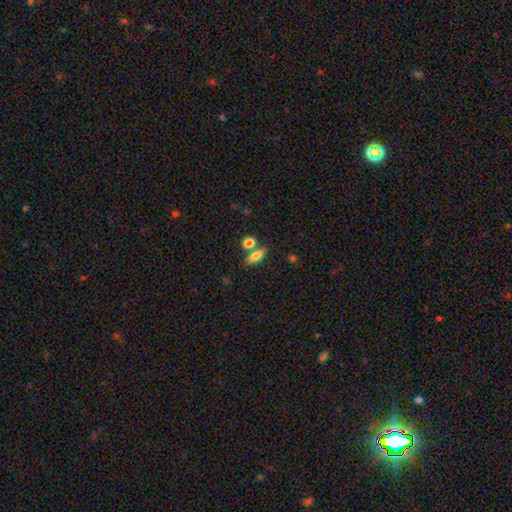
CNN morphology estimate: A smooth galaxy with no disk features (67%) that is in between round and cigar-shaped (59%). Merging: none (68%).